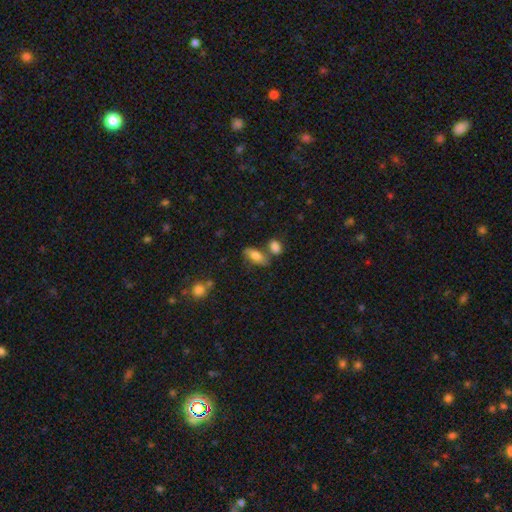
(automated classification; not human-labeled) This appears to be a smooth galaxy with no disk features (70%) that is in between round and cigar-shaped (81%). Merging: none (56%).